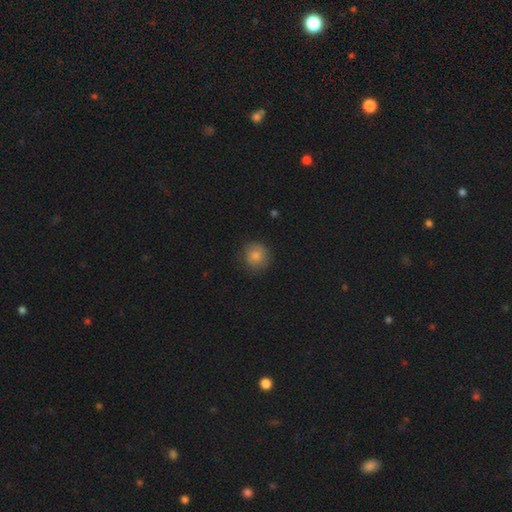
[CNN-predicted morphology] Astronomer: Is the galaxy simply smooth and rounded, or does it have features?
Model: smooth — 83%.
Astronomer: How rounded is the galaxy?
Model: round — 91%.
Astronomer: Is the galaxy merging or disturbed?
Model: none — 83%.